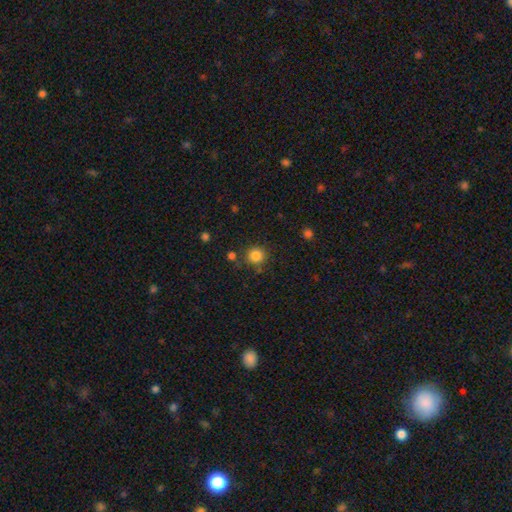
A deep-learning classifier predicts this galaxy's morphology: smooth 84%, star or artifact 12%, featured or disk 4%. Down the decision tree: how rounded — round (91%); merging — none (80%).